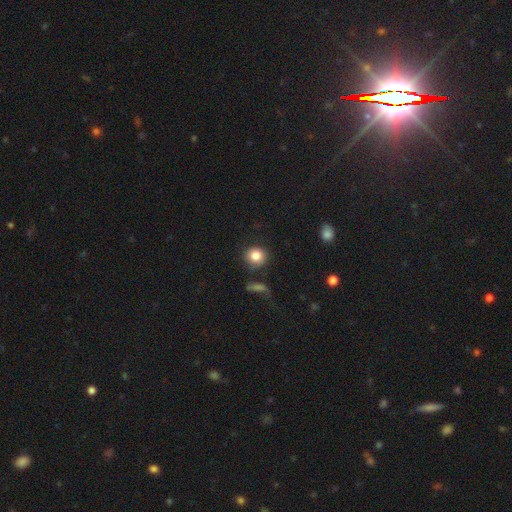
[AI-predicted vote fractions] smooth 85%, star or artifact 9%, featured or disk 6%. Down the decision tree: how rounded — round (84%); merging — none (72%).